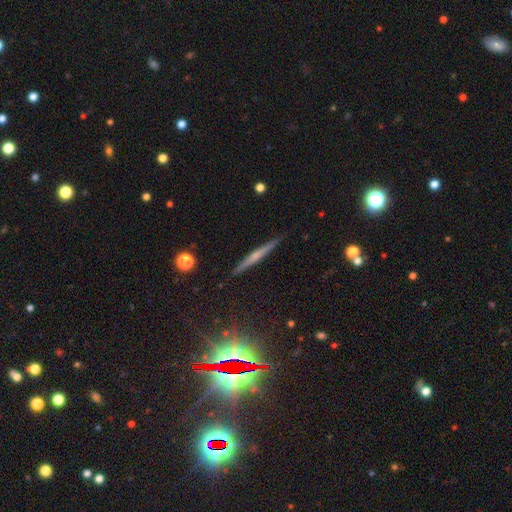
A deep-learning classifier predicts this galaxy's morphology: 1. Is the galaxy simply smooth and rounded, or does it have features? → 56% featured or disk, 34% smooth, 10% star or artifact.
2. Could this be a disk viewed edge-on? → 97% yes, 3% no.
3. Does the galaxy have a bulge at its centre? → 52% none, 39% rounded, 9% boxy.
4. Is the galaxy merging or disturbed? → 90% none, 8% minor disturbance, 1% major disturbance, 1% merger.